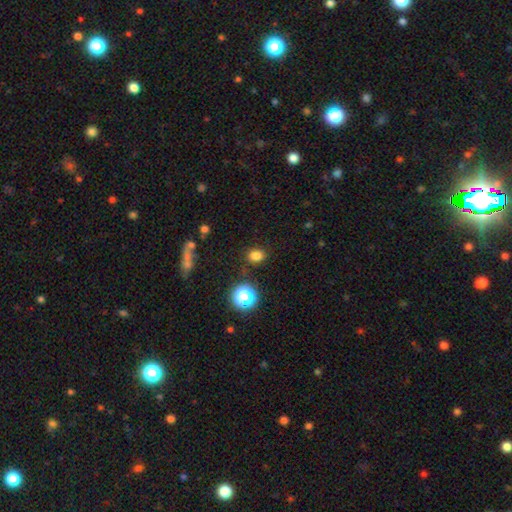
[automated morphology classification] Overall: smooth (79%). How rounded: in between (50%; round 49%). Merging: none (84%).